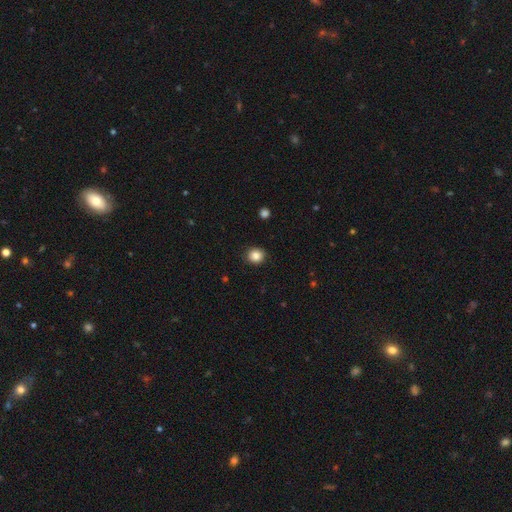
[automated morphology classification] A smooth galaxy with no disk features (85%) that is round (87%). Merging: none (91%).